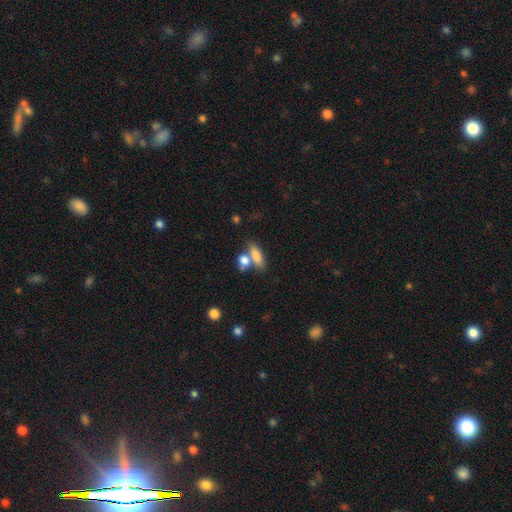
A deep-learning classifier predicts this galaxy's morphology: Smooth or featured?
  - smooth: 80% *
  - featured or disk: 12%
  - star or artifact: 8%
How rounded?
  - in between: 65% *
  - cigar-shaped: 26%
  - round: 9%
Merging?
  - none: 45% *
  - merger: 39%
  - minor disturbance: 11%
  - major disturbance: 5%